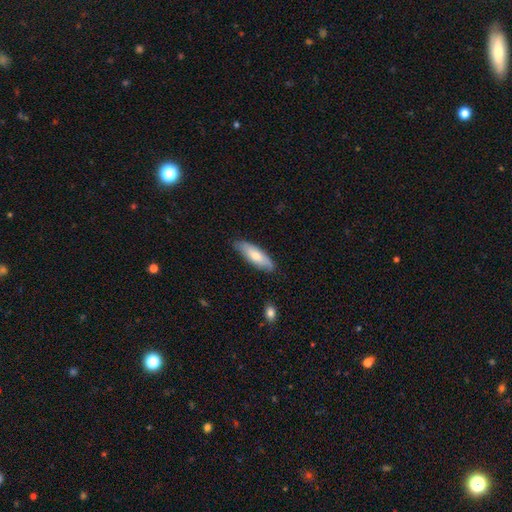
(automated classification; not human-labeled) smooth 64%, featured or disk 31%, star or artifact 6%. Down the decision tree: how rounded — in between (57%); merging — none (79%).